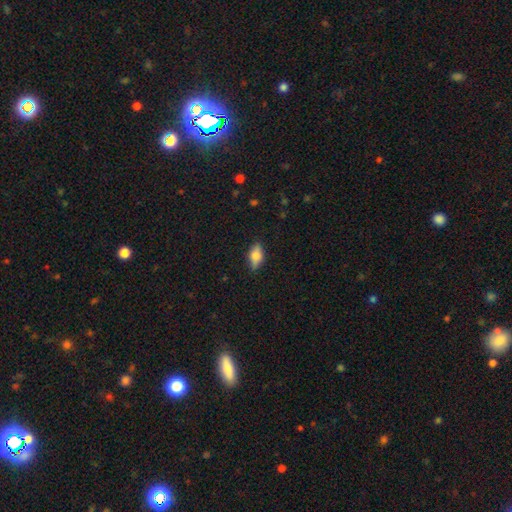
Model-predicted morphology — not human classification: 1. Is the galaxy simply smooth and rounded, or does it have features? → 71% smooth, 21% featured or disk, 8% star or artifact.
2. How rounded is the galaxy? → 86% in between, 9% cigar-shaped, 5% round.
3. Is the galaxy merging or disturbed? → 81% none, 15% minor disturbance, 3% major disturbance, 1% merger.